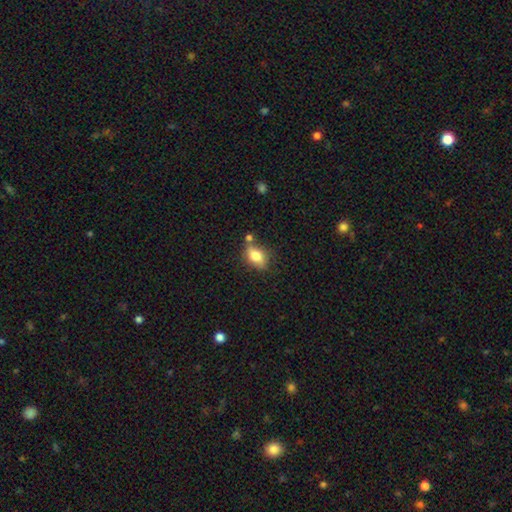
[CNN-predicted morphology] Smooth or featured? Predicted: smooth (p=0.80). How rounded? Predicted: in between (p=0.77). Merging? Predicted: none (p=0.60).